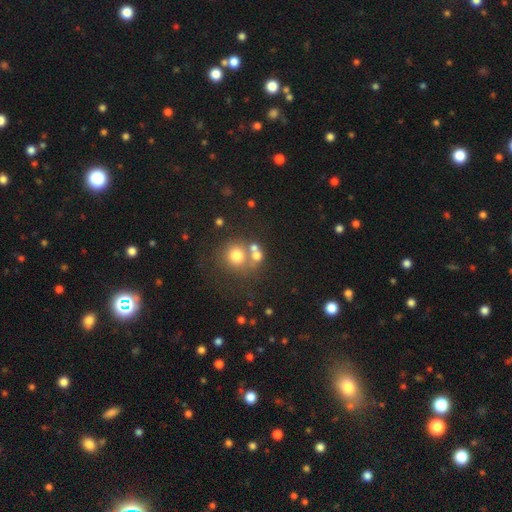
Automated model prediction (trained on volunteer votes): smooth-or-featured: smooth: 66% | star or artifact: 18% | featured or disk: 16%
  how-rounded: round: 85% | in between: 14% | cigar-shaped: 1%
  merging: none: 50% | merger: 36% | minor disturbance: 9% | major disturbance: 6%